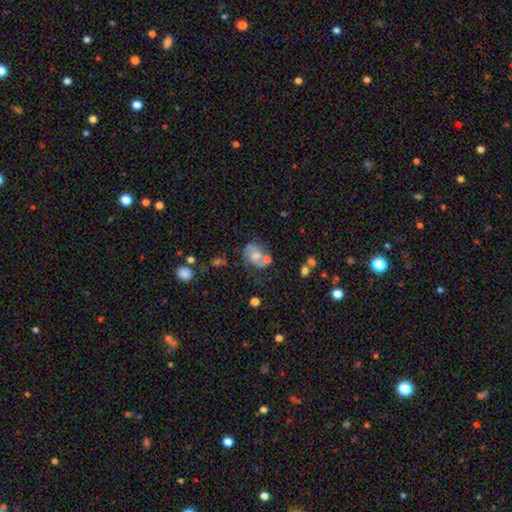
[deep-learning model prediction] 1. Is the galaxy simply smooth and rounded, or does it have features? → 66% featured or disk, 26% smooth, 8% star or artifact.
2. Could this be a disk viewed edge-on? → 97% no, 3% yes.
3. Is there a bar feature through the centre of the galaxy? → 59% no, 34% weak, 7% strong.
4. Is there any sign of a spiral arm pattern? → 88% yes, 12% no.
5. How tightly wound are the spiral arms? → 50% medium, 25% tight, 24% loose.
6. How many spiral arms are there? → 84% 2, 8% can't tell, 4% 1, 2% 3, 1% 4, 1% more than 4.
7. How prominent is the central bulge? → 50% moderate, 37% small, 7% none, 5% large, 1% dominant.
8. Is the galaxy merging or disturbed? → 49% none, 22% merger, 20% minor disturbance, 9% major disturbance.